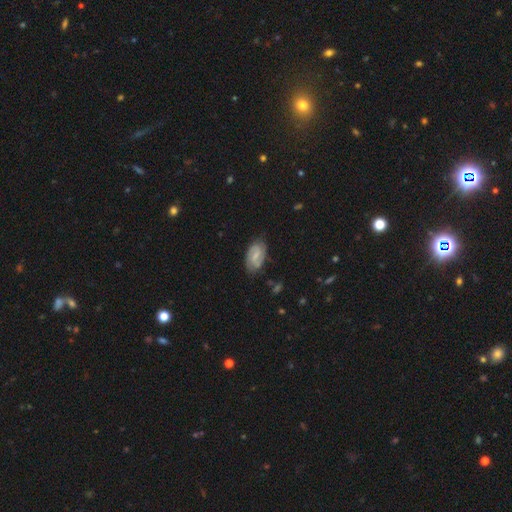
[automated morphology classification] featured or disk 70%, smooth 24%, star or artifact 6%. Down the decision tree: edge-on disk — no (97%); bar — weak (57%); spiral arms — yes (92%); spiral arm count — 2 (86%); spiral winding — medium (46%); bulge size — small (53%); merging — none (78%).